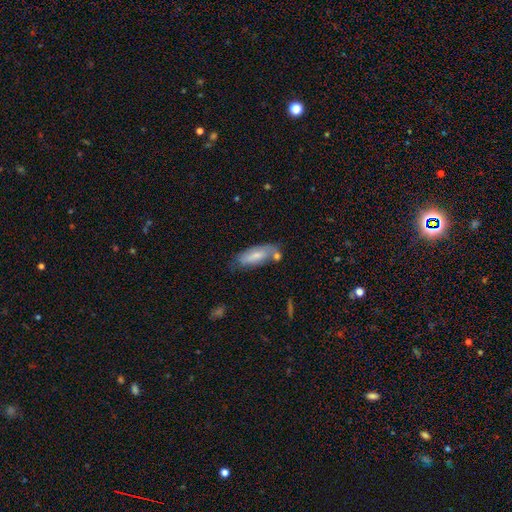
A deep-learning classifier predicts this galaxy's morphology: Smooth or featured? Predicted: smooth (p=0.63). How rounded? Predicted: in between (p=0.70). Merging? Predicted: none (p=0.53).